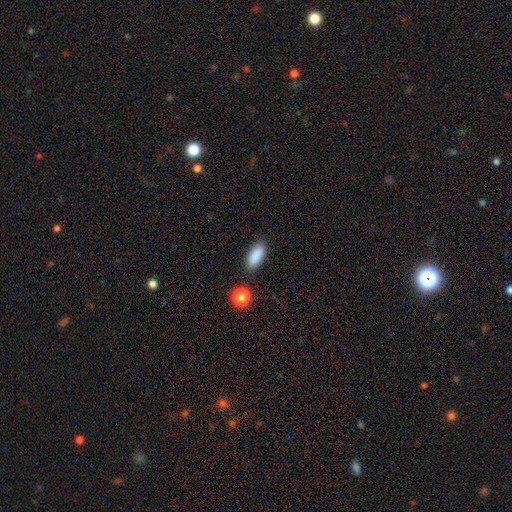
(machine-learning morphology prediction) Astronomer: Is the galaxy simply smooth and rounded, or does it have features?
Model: smooth — 88%.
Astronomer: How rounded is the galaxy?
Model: in between — 82%.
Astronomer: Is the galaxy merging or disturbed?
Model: none — 81%.